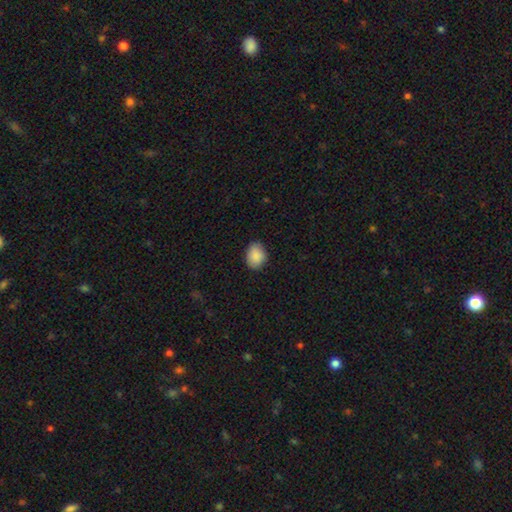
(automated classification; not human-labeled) This is clearly a smooth galaxy (88%). How rounded: likely in between (63%). Merging: clearly none (82%).